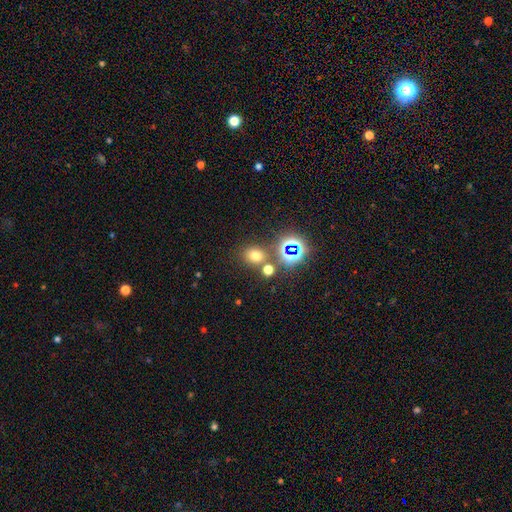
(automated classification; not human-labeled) Morphology: type=smooth (64%); roundness=round (62%); merging=none (72%).